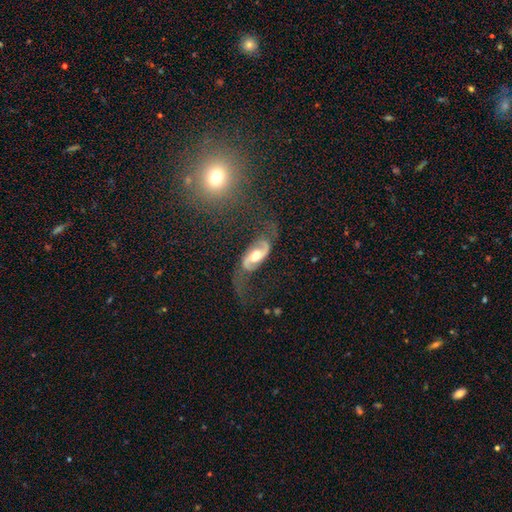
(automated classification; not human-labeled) Morphology: type=featured or disk (86%); edge-on=no (95%); bar=no (40%); spiral arms=yes (95%); winding=loose (54%); arm count=2 (93%); bulge=moderate (66%); merging=none (58%).